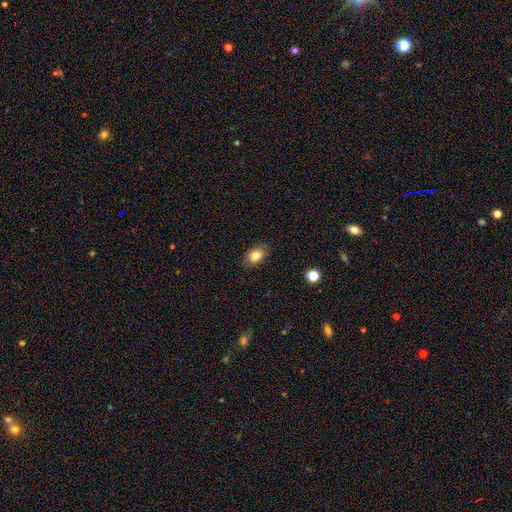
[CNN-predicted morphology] Smooth or featured? Predicted: smooth (p=0.83). How rounded? Predicted: in between (p=0.82). Merging? Predicted: none (p=0.84).